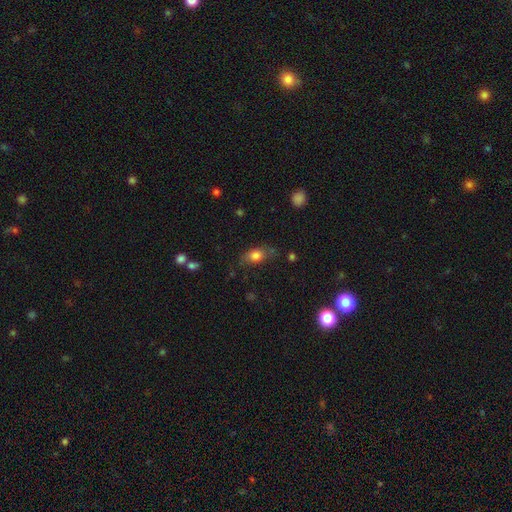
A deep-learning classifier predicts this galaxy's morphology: Smooth or featured?
  - smooth: 78% *
  - featured or disk: 12%
  - star or artifact: 10%
How rounded?
  - in between: 79% *
  - round: 15%
  - cigar-shaped: 6%
Merging?
  - none: 69% *
  - minor disturbance: 22%
  - major disturbance: 7%
  - merger: 3%